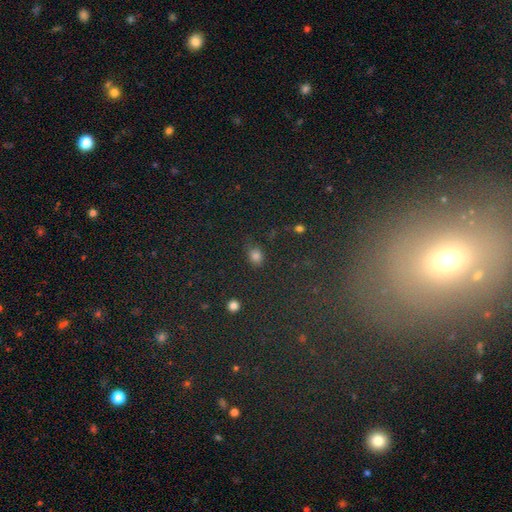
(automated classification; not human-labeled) Q: Smooth or featured?
A: smooth (76%); runner-up: star or artifact (18%)
Q: How rounded?
A: round (50%); runner-up: in between (49%)
Q: Merging?
A: none (76%); runner-up: minor disturbance (16%)